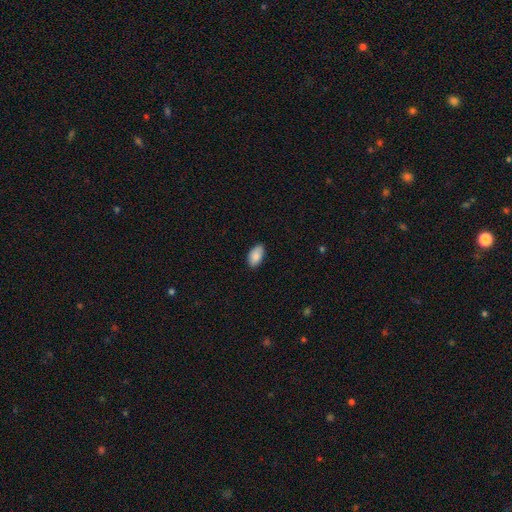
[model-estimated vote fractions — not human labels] A smooth galaxy with no disk features (88%) that is in between round and cigar-shaped (95%). Merging: none (84%).